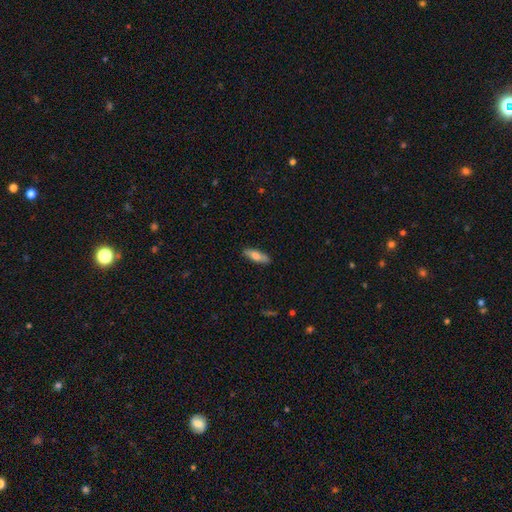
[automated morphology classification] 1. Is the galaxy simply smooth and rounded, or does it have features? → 73% smooth, 21% featured or disk, 6% star or artifact.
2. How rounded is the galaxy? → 56% in between, 42% cigar-shaped, 2% round.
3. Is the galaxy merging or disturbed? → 85% none, 11% minor disturbance, 2% major disturbance, 1% merger.